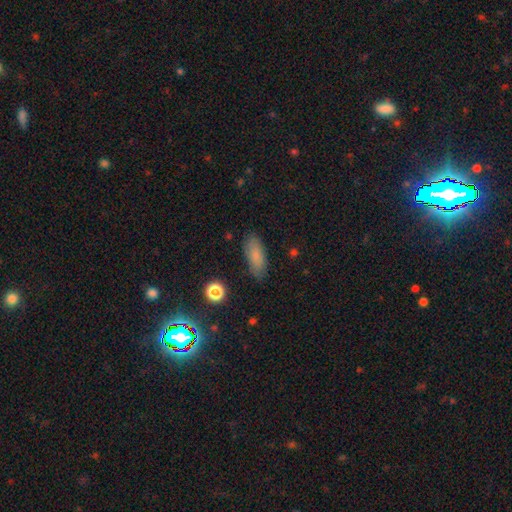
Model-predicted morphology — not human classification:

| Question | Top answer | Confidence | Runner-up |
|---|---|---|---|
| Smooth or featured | smooth | 81% | featured or disk (10%) |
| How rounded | in between | 73% | cigar-shaped (24%) |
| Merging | none | 83% | minor disturbance (12%) |